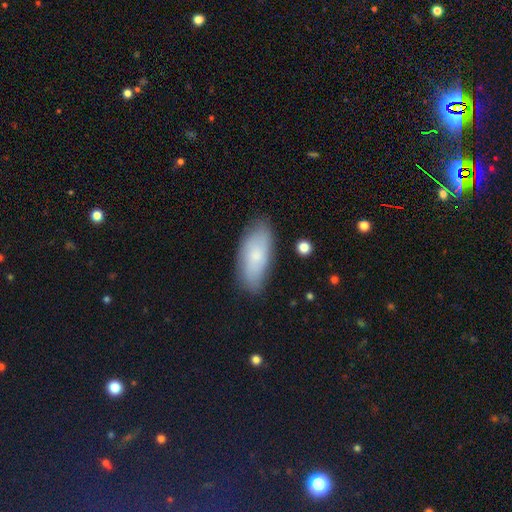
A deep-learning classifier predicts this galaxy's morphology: A smooth galaxy with no disk features (72%) that is in between round and cigar-shaped (87%).

Vote fractions:
- Smooth or featured? smooth: 72% / featured or disk: 21% / star or artifact: 7%
- How rounded? in between: 87% / cigar-shaped: 11% / round: 2%
- Merging? none: 78% / minor disturbance: 17% / major disturbance: 3% / merger: 2%